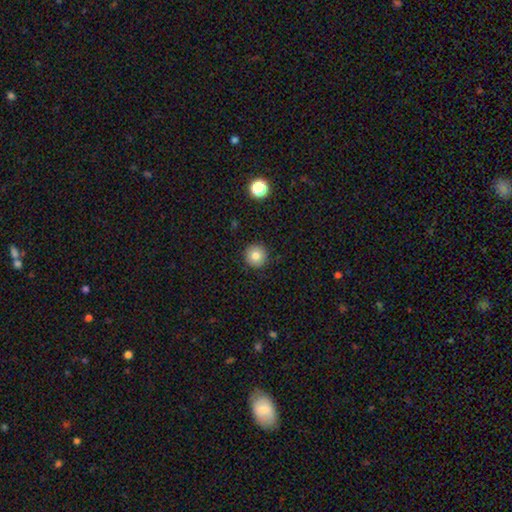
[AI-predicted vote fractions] smooth-or-featured: smooth: 81% | star or artifact: 10% | featured or disk: 8%
  how-rounded: round: 95% | in between: 4% | cigar-shaped: 1%
  merging: none: 91% | minor disturbance: 6% | major disturbance: 2% | merger: 1%